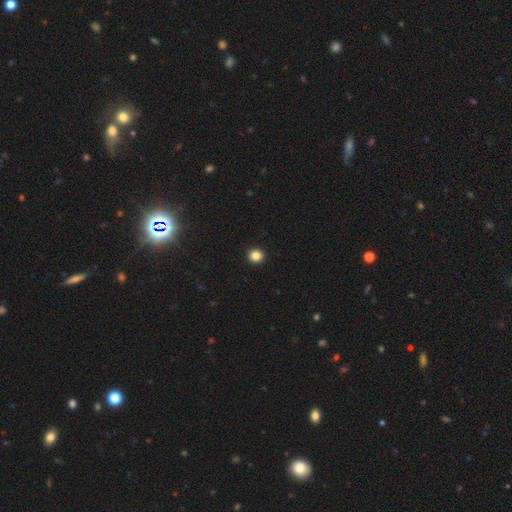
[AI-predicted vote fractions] Smooth or featured? smooth (85%)
How rounded? round (93%)
Merging? none (94%)